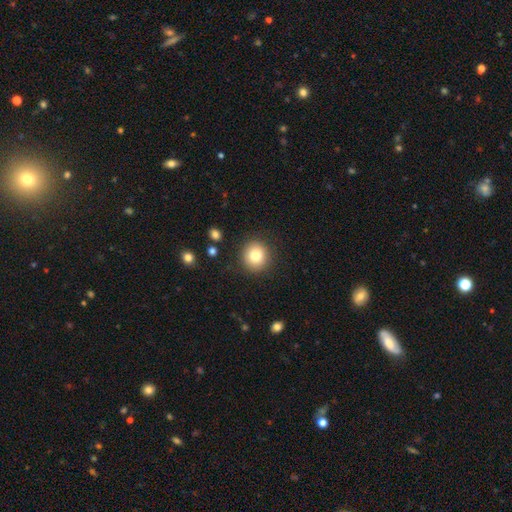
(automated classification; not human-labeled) Q: Smooth or featured?
A: smooth (81%); runner-up: star or artifact (10%)
Q: How rounded?
A: round (90%); runner-up: in between (10%)
Q: Merging?
A: none (89%); runner-up: minor disturbance (7%)